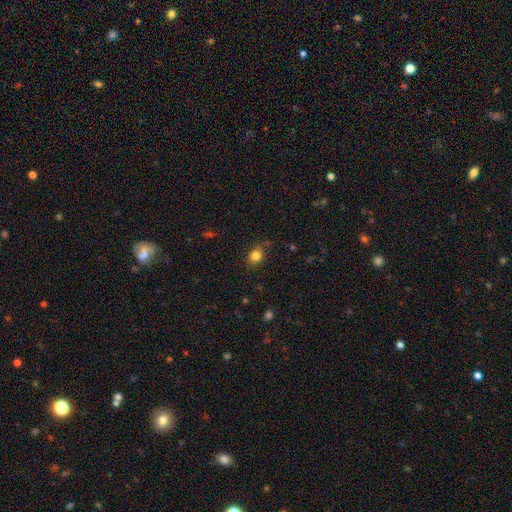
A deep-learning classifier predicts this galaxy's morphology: Smooth or featured: smooth — 83% (star or artifact — 11%)
How rounded: in between — 51% (round — 48%)
Merging: none — 79% (minor disturbance — 15%)